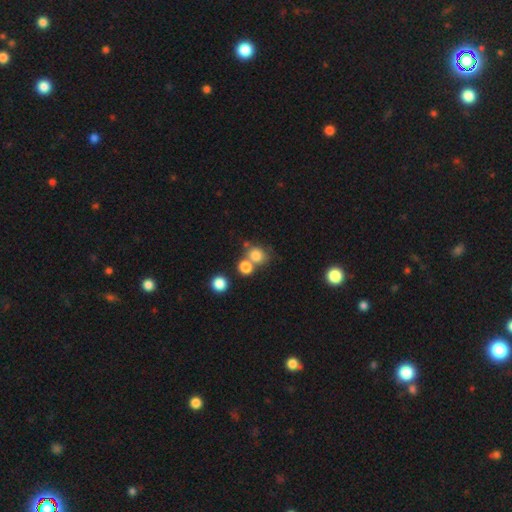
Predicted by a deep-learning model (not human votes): Smooth or featured? Predicted: smooth (p=0.79). How rounded? Predicted: round (p=0.75). Merging? Predicted: none (p=0.51).